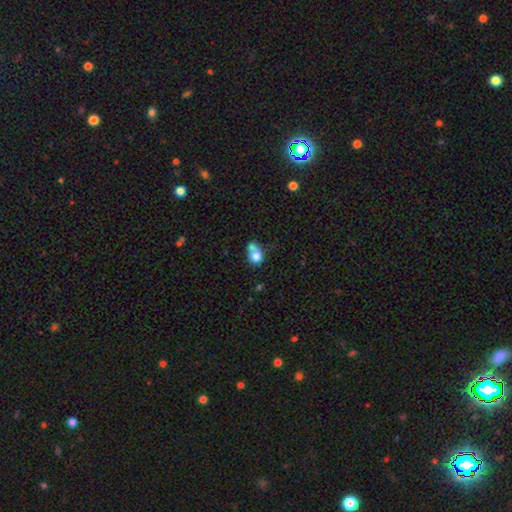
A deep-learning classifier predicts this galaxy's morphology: This is likely a smooth galaxy (74%). How rounded: likely round (62%). Merging: possibly merger (53%).